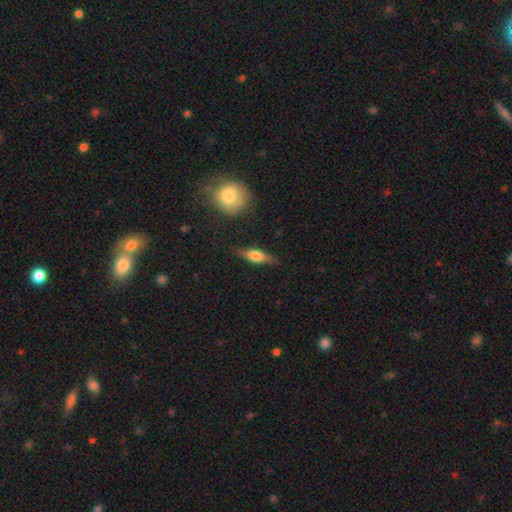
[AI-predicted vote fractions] Smooth or featured?
  - featured or disk: 49% *
  - smooth: 44%
  - star or artifact: 7%
Merging?
  - none: 80% *
  - minor disturbance: 14%
  - major disturbance: 4%
  - merger: 2%